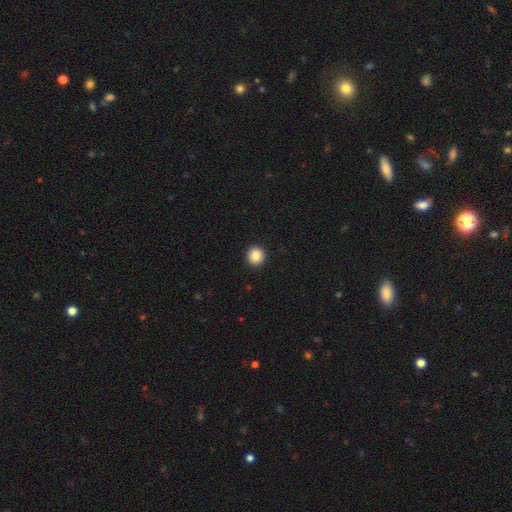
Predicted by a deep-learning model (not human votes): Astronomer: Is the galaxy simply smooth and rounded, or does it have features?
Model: smooth — 87%.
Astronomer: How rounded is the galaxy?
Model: round — 91%.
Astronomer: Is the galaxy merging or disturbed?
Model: none — 93%.